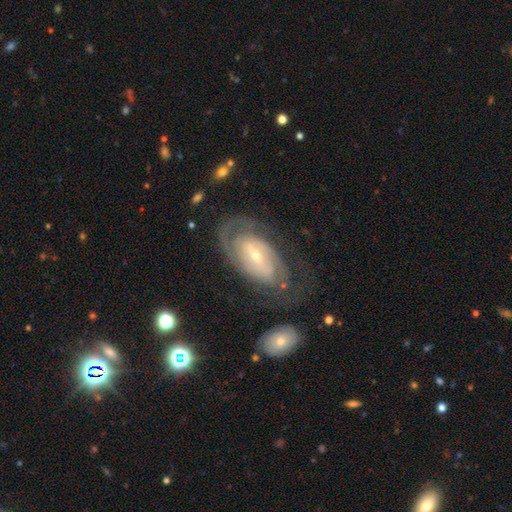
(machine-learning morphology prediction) This is clearly a featured or disk galaxy (82%). It is clearly not viewed edge-on (95%). Bar: marginally weak (44%). Spiral arm pattern: clearly yes (90%). Spiral arm count: possibly 2 (49%). Spiral winding: possibly tight (59%). Central bulge: likely small (64%). Merging: possibly none (55%).